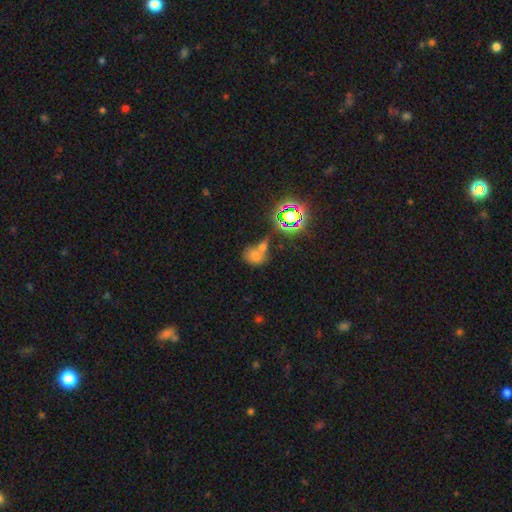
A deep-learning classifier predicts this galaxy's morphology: Smooth or featured?
  - smooth: 57% *
  - star or artifact: 27%
  - featured or disk: 16%
How rounded?
  - round: 50% *
  - in between: 48%
  - cigar-shaped: 2%
Merging?
  - merger: 54% *
  - none: 33%
  - minor disturbance: 9%
  - major disturbance: 5%